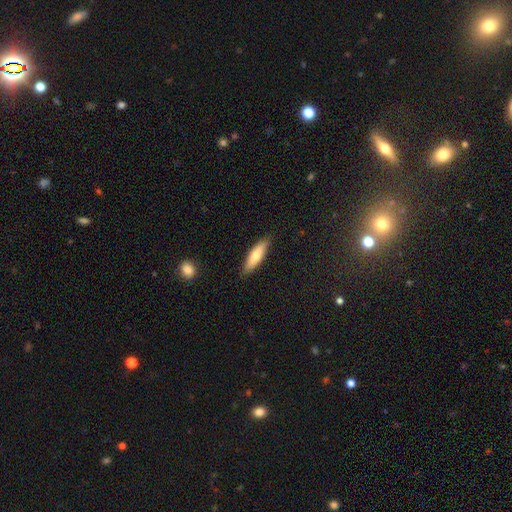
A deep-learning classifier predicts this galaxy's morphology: smooth-or-featured: smooth: 74% | featured or disk: 20% | star or artifact: 6%
  how-rounded: cigar-shaped: 63% | in between: 35% | round: 2%
  merging: none: 86% | minor disturbance: 11% | major disturbance: 2% | merger: 1%